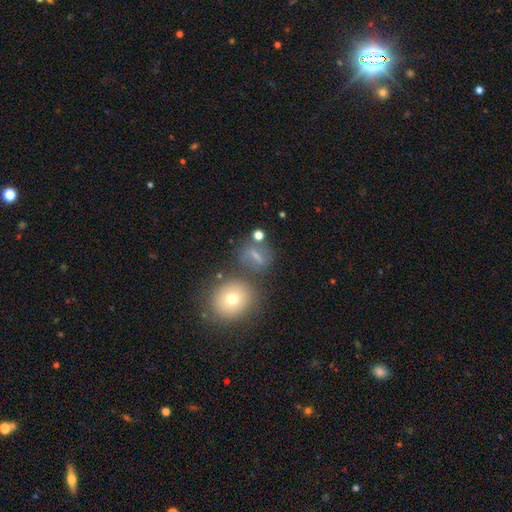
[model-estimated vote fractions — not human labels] Smooth or featured? smooth (50%)
How rounded? round (61%)
Merging? none (63%)